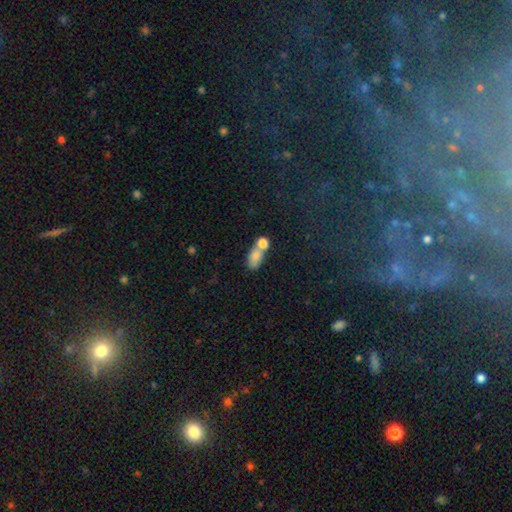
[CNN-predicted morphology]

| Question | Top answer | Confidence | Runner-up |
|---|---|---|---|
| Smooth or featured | smooth | 78% | featured or disk (13%) |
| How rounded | in between | 80% | round (15%) |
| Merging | merger | 57% | none (28%) |